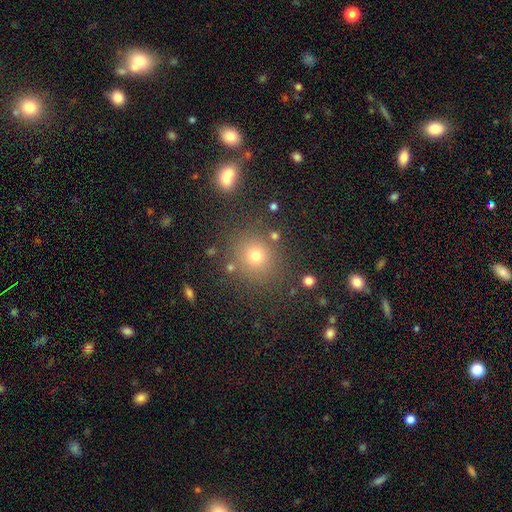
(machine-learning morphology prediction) The model was most divided on "smooth or featured": smooth: 72%, star or artifact: 19%, featured or disk: 9%. More confident: how rounded — round (85%); merging — none (81%).